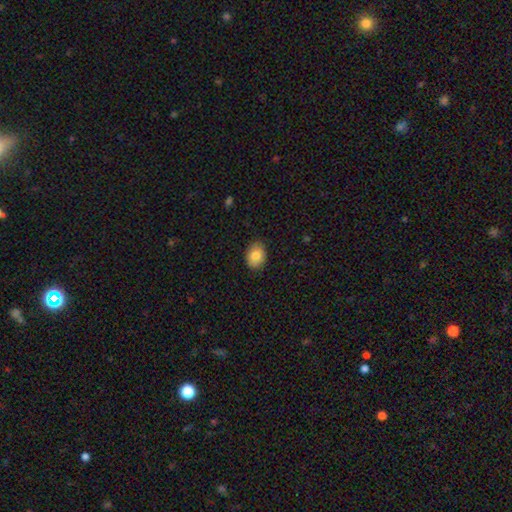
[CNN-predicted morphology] smooth_or_featured: smooth (p=0.82) [alt: featured or disk p=0.11]
how_rounded: in between (p=0.68) [alt: round p=0.31]
merging: none (p=0.87) [alt: minor disturbance p=0.10]